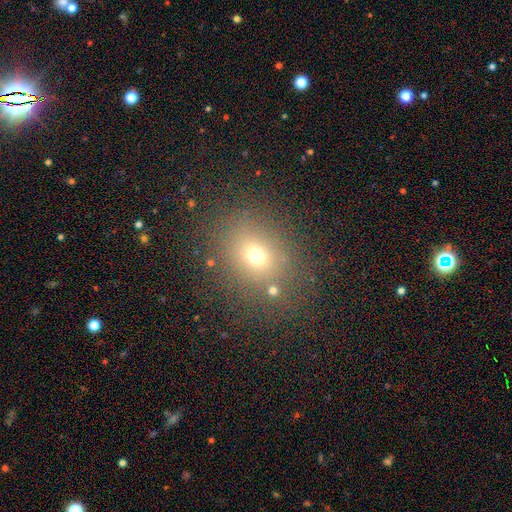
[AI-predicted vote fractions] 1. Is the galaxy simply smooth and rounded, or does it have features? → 66% smooth, 21% star or artifact, 13% featured or disk.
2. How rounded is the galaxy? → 53% round, 45% in between, 1% cigar-shaped.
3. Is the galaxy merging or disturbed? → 78% none, 11% minor disturbance, 6% major disturbance, 5% merger.